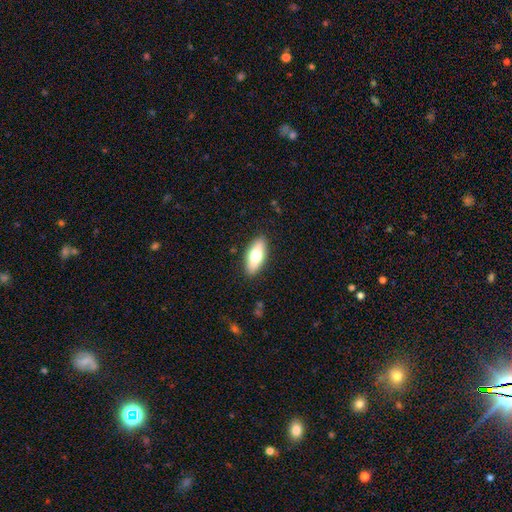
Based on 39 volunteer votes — Overall: smooth (62%; featured or disk 33%). How rounded: in between (71%). Merging: none (95%).